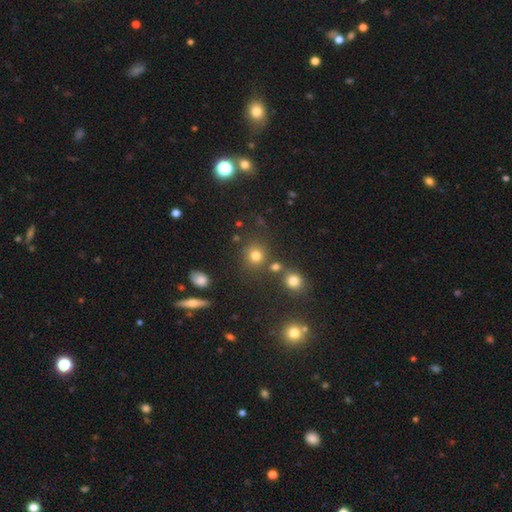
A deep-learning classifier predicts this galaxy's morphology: This is likely a smooth galaxy (75%). How rounded: clearly round (86%). Merging: likely none (73%).